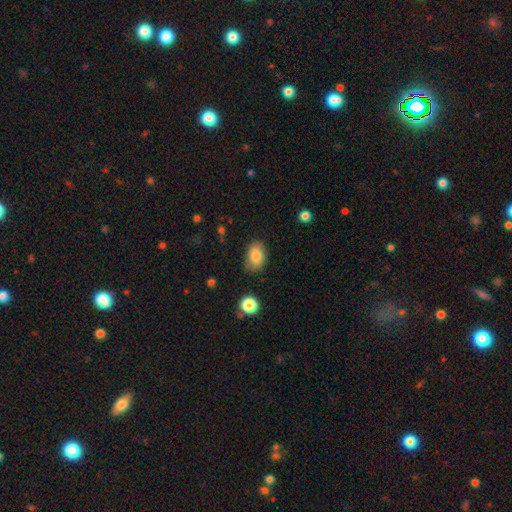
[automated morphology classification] Overall: smooth (84%). How rounded: in between (87%). Merging: none (77%).